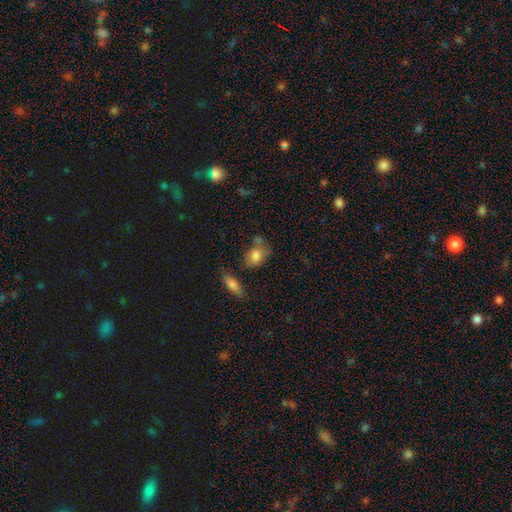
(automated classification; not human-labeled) Smooth or featured? Predicted: smooth (p=0.78). How rounded? Predicted: in between (p=0.67). Merging? Predicted: none (p=0.48).